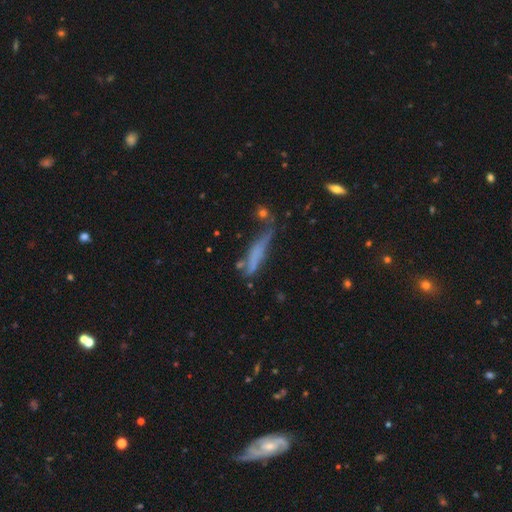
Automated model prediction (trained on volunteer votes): This appears to be a smooth galaxy with no disk features (51%) that is cigar-shaped (80%). Merging: none (42%).